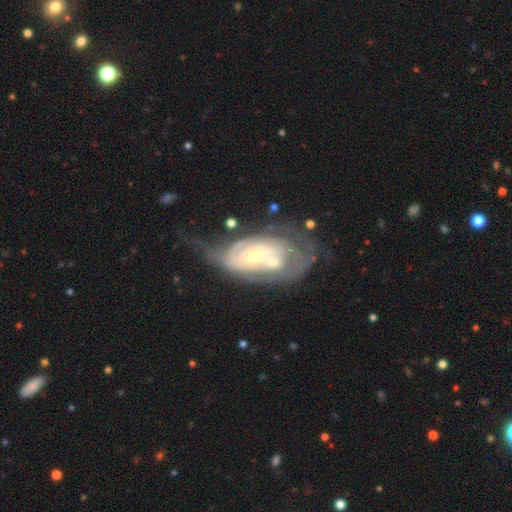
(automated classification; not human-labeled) Morphology: type=featured or disk (76%); edge-on=no (93%); bar=no (70%); spiral arms=yes (75%); winding=tight (62%); arm count=can't tell (54%); bulge=small (54%); merging=none (34%).